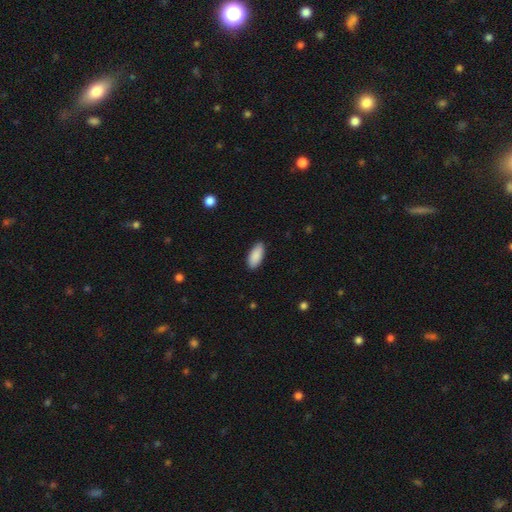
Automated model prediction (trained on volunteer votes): smooth_or_featured: smooth (p=0.90) [alt: star or artifact p=0.06]
how_rounded: in between (p=0.88) [alt: cigar-shaped p=0.11]
merging: none (p=0.87) [alt: minor disturbance p=0.10]